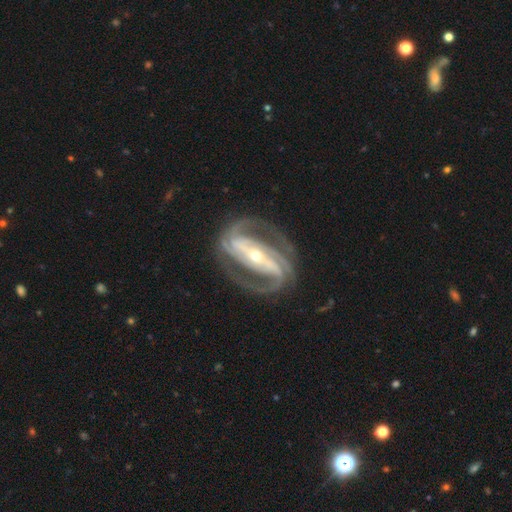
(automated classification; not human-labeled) This appears to be a featured or disk galaxy (93%) with a strong bar (72%), 2 (59%) medium (47%) spiral arms (98%) and a small central bulge (61%). Merging: none (76%).